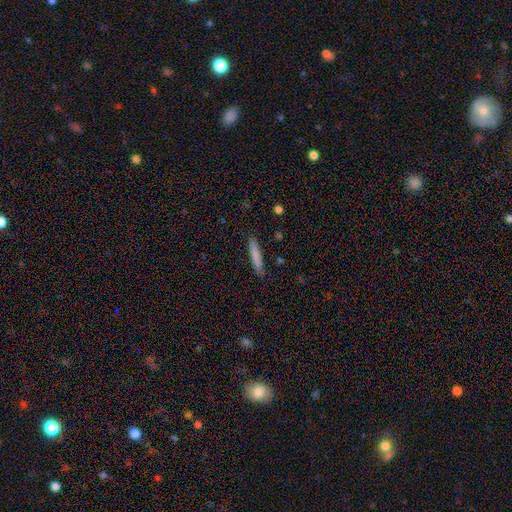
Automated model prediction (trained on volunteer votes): smooth-or-featured: smooth: 78% | featured or disk: 16% | star or artifact: 6%
  how-rounded: cigar-shaped: 93% | in between: 6% | round: 1%
  merging: none: 88% | minor disturbance: 9% | major disturbance: 2% | merger: 1%